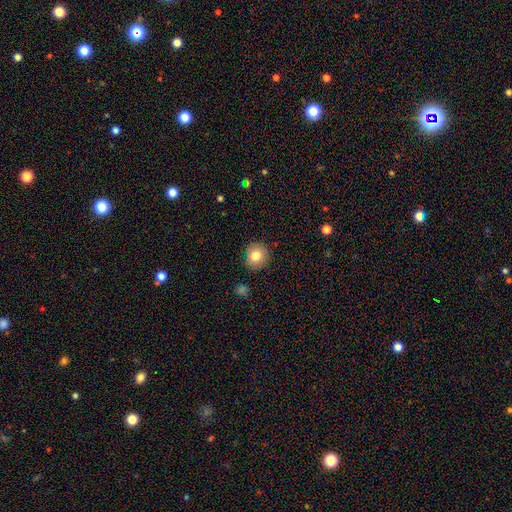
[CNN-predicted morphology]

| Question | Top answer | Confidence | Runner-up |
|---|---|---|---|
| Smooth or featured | smooth | 81% | star or artifact (10%) |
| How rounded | round | 87% | in between (12%) |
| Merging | none | 88% | minor disturbance (9%) |